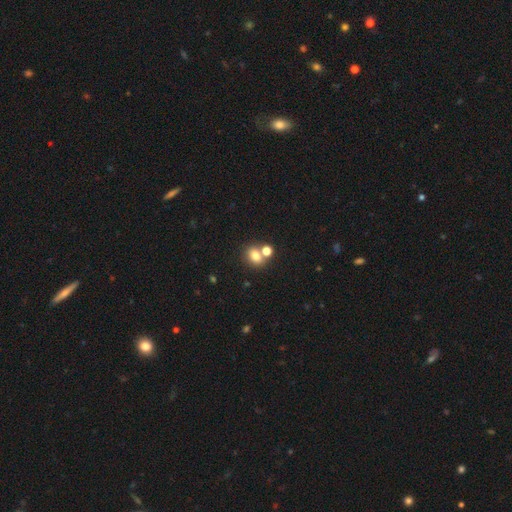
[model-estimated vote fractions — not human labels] smooth-or-featured: smooth: 76% | star or artifact: 14% | featured or disk: 10%
  how-rounded: round: 53% | in between: 46% | cigar-shaped: 1%
  merging: none: 54% | merger: 34% | minor disturbance: 9% | major disturbance: 3%